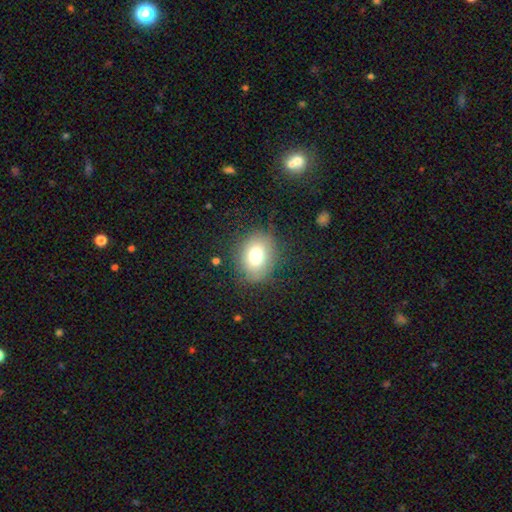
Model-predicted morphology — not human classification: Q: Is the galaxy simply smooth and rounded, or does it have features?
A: smooth — 75%.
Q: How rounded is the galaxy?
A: in between — 50%.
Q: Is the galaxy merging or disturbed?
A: none — 82%.